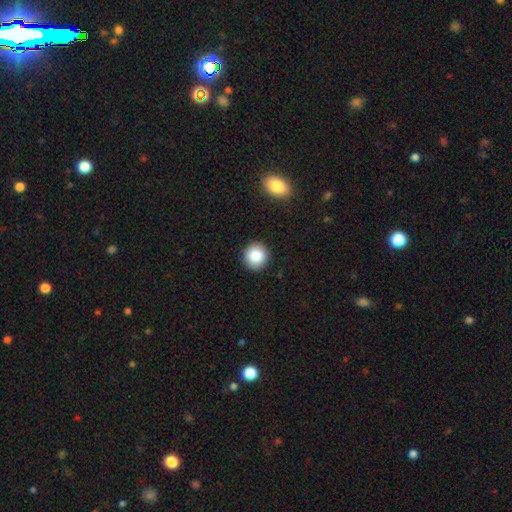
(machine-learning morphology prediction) Q: Smooth or featured?
A: smooth (86%); runner-up: star or artifact (8%)
Q: How rounded?
A: round (93%); runner-up: in between (6%)
Q: Merging?
A: none (91%); runner-up: minor disturbance (6%)